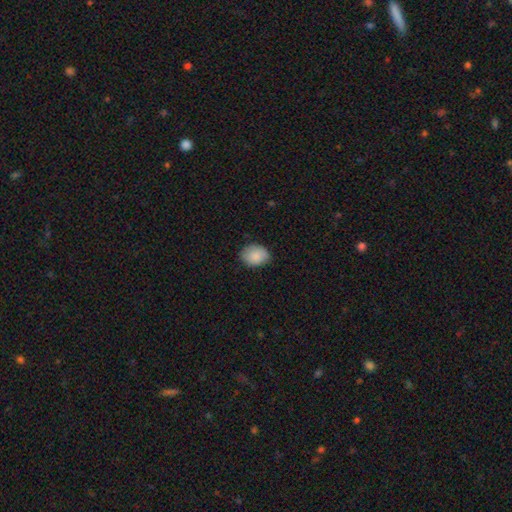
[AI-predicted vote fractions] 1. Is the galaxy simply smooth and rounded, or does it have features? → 87% smooth, 7% star or artifact, 6% featured or disk.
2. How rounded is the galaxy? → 63% in between, 36% round, 1% cigar-shaped.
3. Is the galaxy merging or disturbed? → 78% none, 18% minor disturbance, 3% major disturbance, 1% merger.